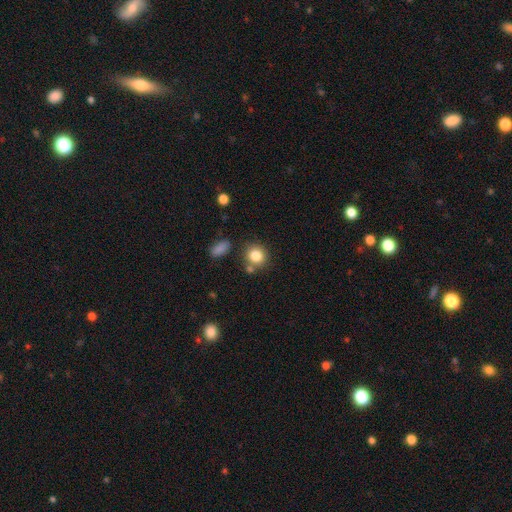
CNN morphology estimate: This appears to be a smooth galaxy with no disk features (83%) that is round (79%). Merging: none (72%).